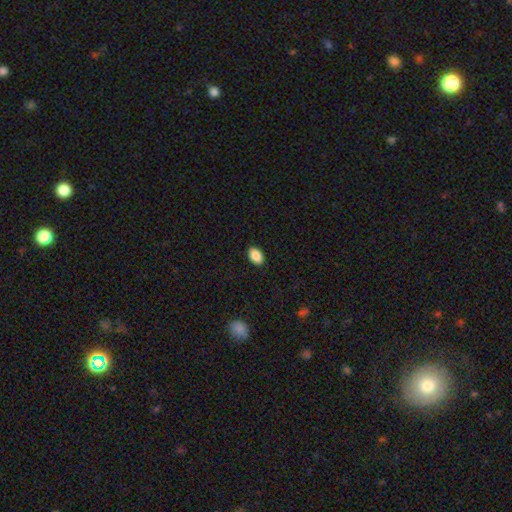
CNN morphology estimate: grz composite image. It shows a smooth galaxy with no disk features (88%) that is in between round and cigar-shaped (87%). Merging: none (89%).